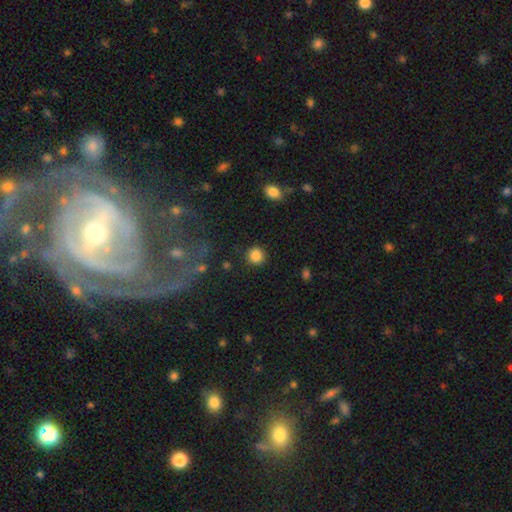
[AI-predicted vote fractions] Overall: smooth (86%). How rounded: round (92%). Merging: none (88%).